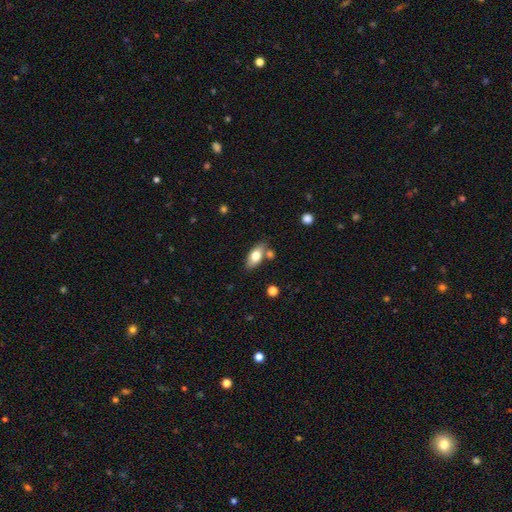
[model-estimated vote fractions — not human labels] smooth-or-featured: smooth: 73% | featured or disk: 20% | star or artifact: 7%
  how-rounded: in between: 88% | cigar-shaped: 8% | round: 4%
  merging: none: 72% | minor disturbance: 13% | merger: 12% | major disturbance: 3%